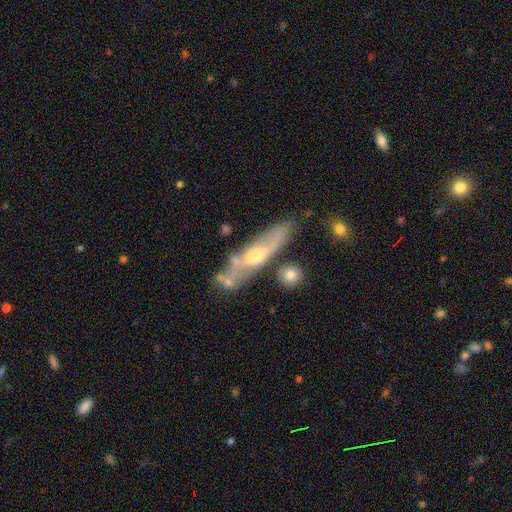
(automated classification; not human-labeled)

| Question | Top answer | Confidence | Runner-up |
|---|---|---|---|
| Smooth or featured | featured or disk | 64% | smooth (30%) |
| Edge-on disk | yes | 51% | no (49%) |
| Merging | none | 53% | minor disturbance (22%) |